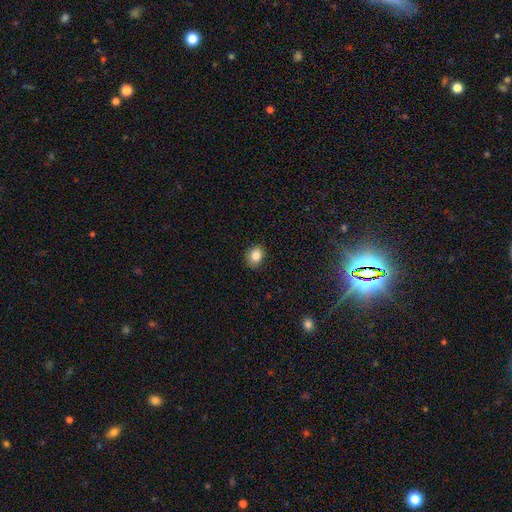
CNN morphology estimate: smooth_or_featured: smooth (p=0.85) [alt: star or artifact p=0.10]
how_rounded: round (p=0.55) [alt: in between p=0.44]
merging: none (p=0.89) [alt: minor disturbance p=0.09]